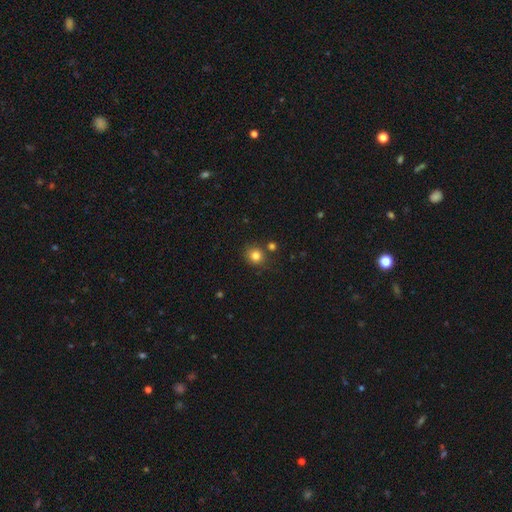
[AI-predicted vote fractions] A smooth galaxy with no disk features (81%) that is round (85%).

Vote fractions:
- Smooth or featured? smooth: 81% / star or artifact: 13% / featured or disk: 6%
- How rounded? round: 85% / in between: 14% / cigar-shaped: 1%
- Merging? none: 77% / minor disturbance: 11% / merger: 9% / major disturbance: 3%